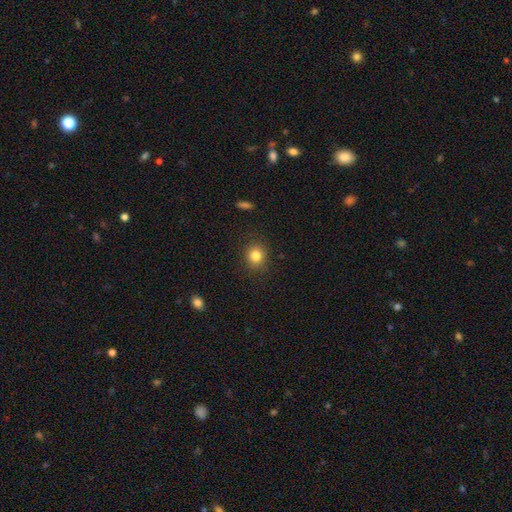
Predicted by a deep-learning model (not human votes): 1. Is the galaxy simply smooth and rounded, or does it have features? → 83% smooth, 11% star or artifact, 6% featured or disk.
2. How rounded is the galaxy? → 82% round, 17% in between, 1% cigar-shaped.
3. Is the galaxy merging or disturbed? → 88% none, 8% minor disturbance, 3% major disturbance, 1% merger.